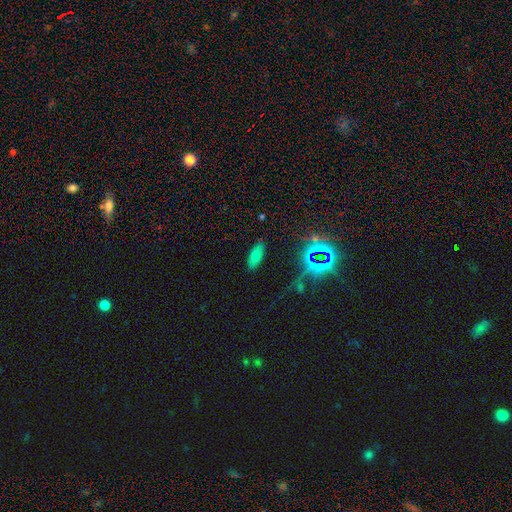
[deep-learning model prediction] Overall: smooth (52%; star or artifact 34%). How rounded: in between (77%). Merging: none (82%).